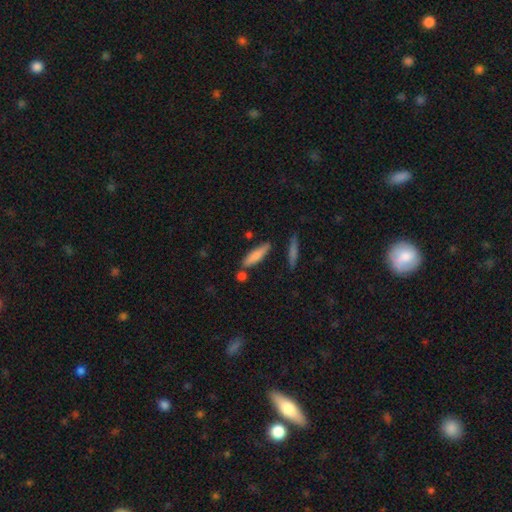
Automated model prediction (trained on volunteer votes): Overall: smooth (78%). How rounded: cigar-shaped (73%). Merging: none (74%).